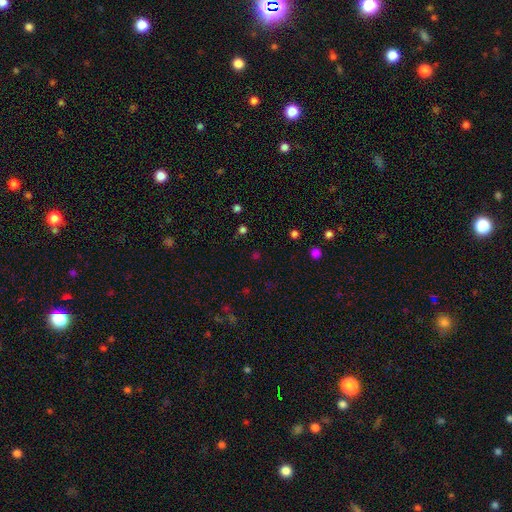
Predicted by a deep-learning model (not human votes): smooth-or-featured: star or artifact: 51% | smooth: 42% | featured or disk: 7%